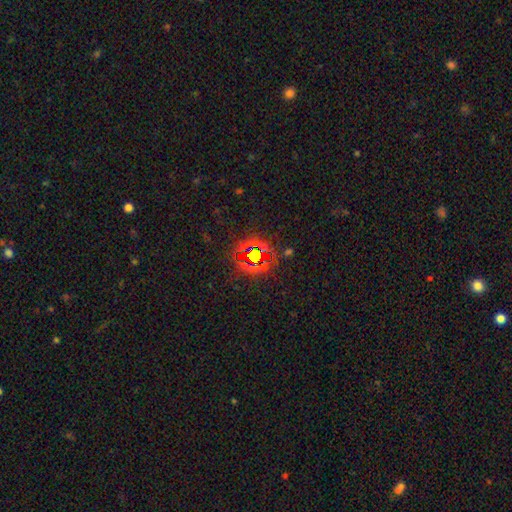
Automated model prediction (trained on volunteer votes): Smooth or featured?
  - star or artifact: 75% *
  - smooth: 15%
  - featured or disk: 10%